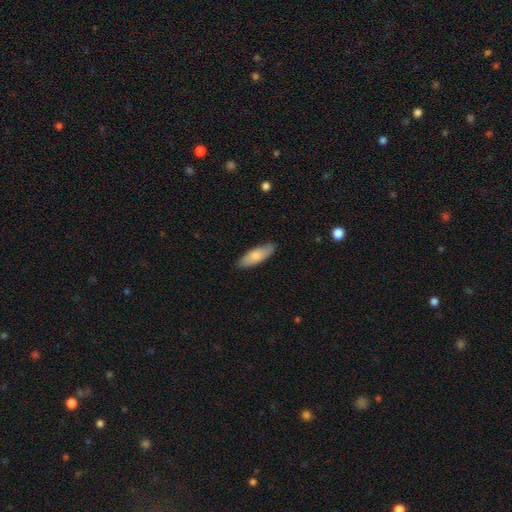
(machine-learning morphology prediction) A smooth galaxy with no disk features (77%) that is in between round and cigar-shaped (67%). Merging: none (86%).